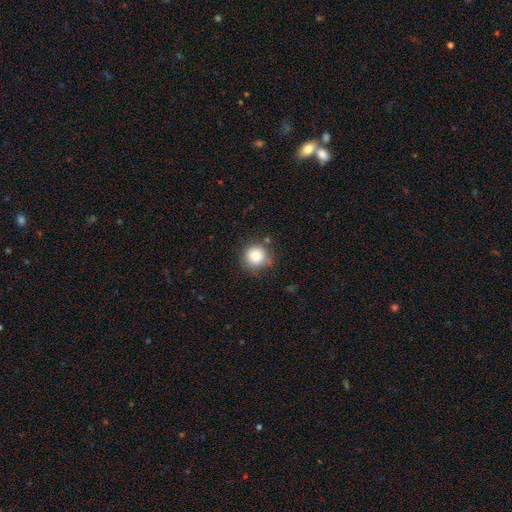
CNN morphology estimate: smooth-or-featured: smooth: 80% | star or artifact: 11% | featured or disk: 9%
  how-rounded: round: 93% | in between: 6% | cigar-shaped: 1%
  merging: none: 78% | minor disturbance: 15% | major disturbance: 4% | merger: 3%